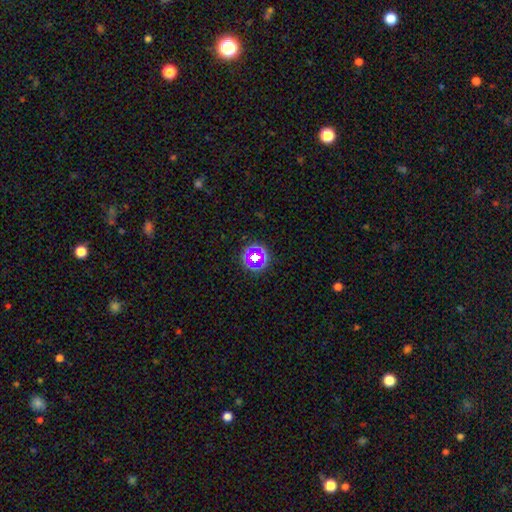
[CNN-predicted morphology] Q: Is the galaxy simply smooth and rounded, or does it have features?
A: smooth — 46%.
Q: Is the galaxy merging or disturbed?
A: none — 81%.